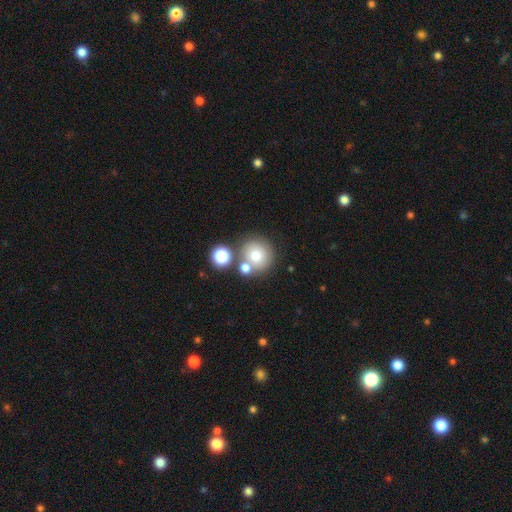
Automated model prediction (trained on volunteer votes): This appears to be a smooth galaxy with no disk features (72%) that is round (91%). Merging: none (60%).